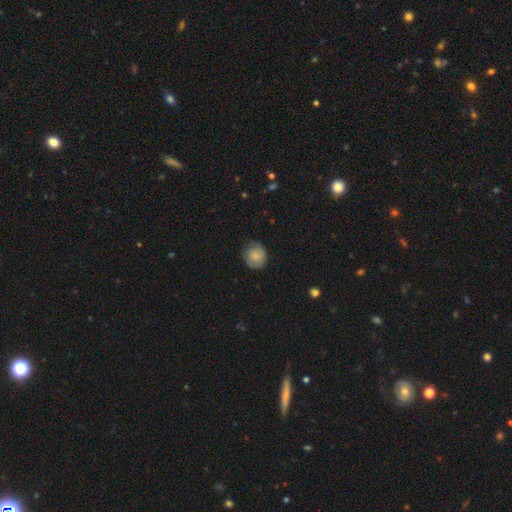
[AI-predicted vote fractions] Overall: smooth (77%). How rounded: round (78%). Merging: none (74%).